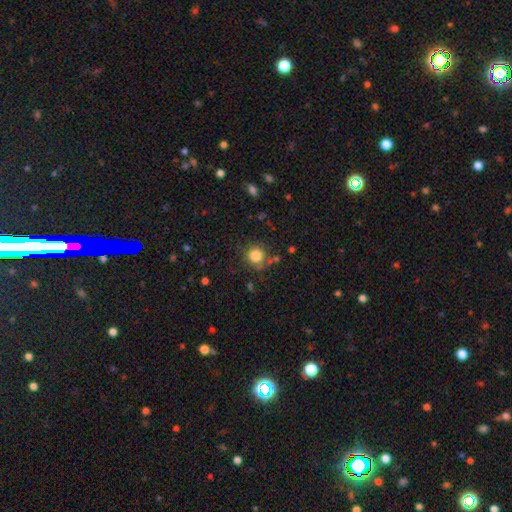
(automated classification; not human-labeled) Overall: smooth (82%). How rounded: round (92%). Merging: none (75%).